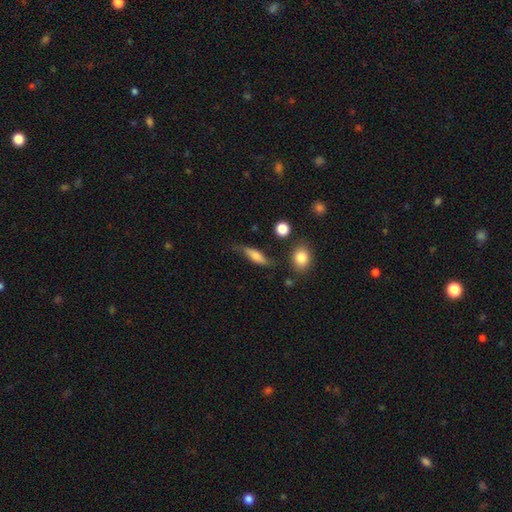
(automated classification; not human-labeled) smooth_or_featured: smooth (p=0.65) [alt: featured or disk p=0.27]
how_rounded: in between (p=0.50) [alt: cigar-shaped p=0.46]
merging: none (p=0.62) [alt: minor disturbance p=0.26]